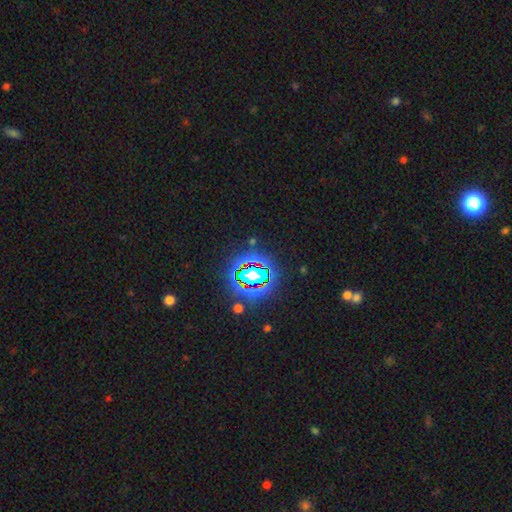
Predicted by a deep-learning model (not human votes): Smooth or featured? star or artifact (82%)